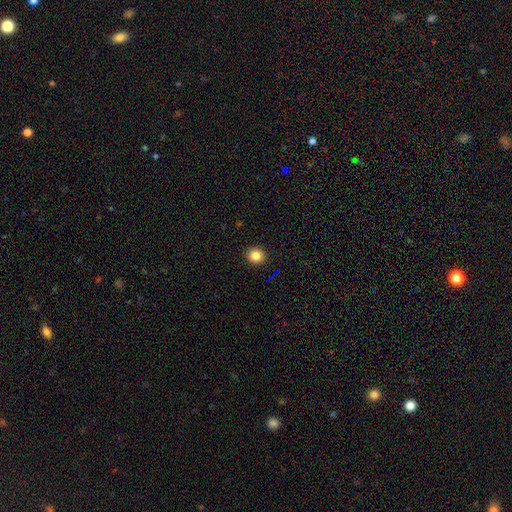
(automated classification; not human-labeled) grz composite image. It shows a smooth galaxy with no disk features (84%) that is round (89%). Merging: none (93%).